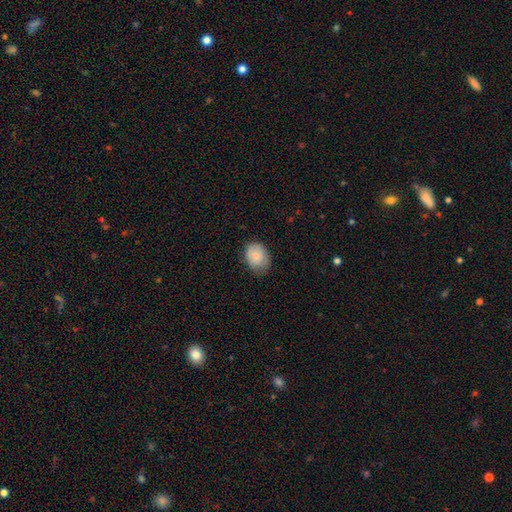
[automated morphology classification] smooth-or-featured: smooth: 84% | featured or disk: 9% | star or artifact: 7%
  how-rounded: in between: 63% | round: 36% | cigar-shaped: 1%
  merging: none: 69% | minor disturbance: 25% | major disturbance: 5% | merger: 1%